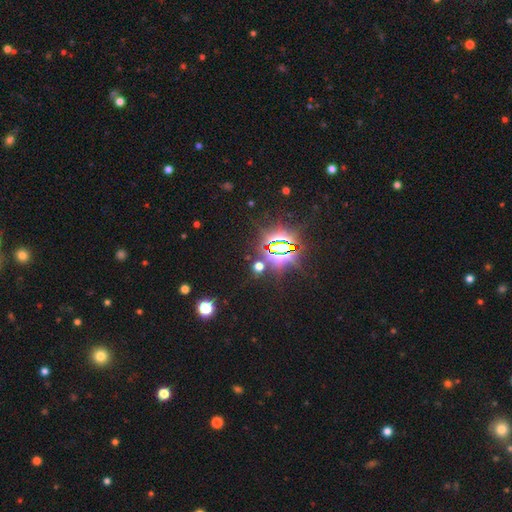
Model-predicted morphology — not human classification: Overall: star or artifact (83%).